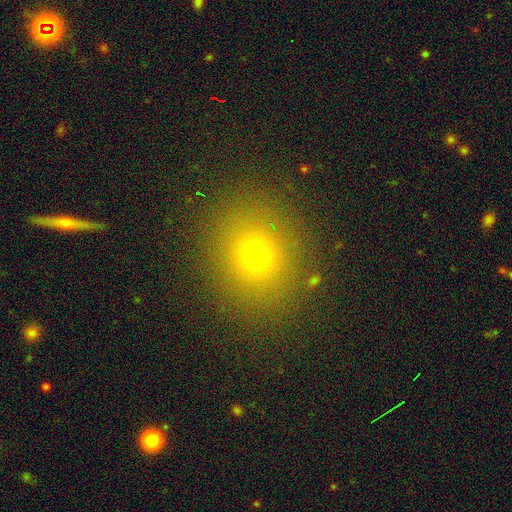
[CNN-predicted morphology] Smooth or featured? smooth (68%)
How rounded? round (76%)
Merging? none (88%)